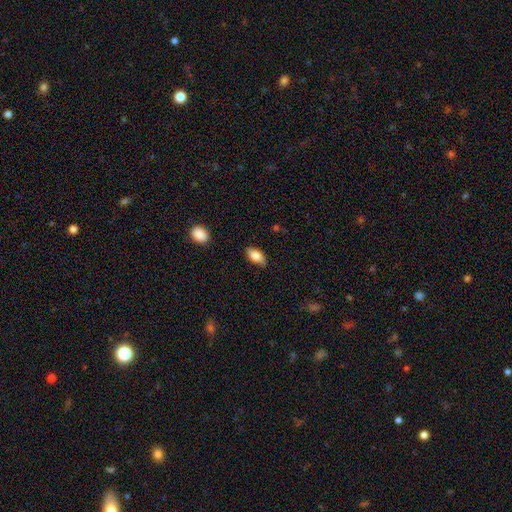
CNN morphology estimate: smooth 81%, featured or disk 12%, star or artifact 7%. Down the decision tree: how rounded — in between (91%); merging — none (82%).